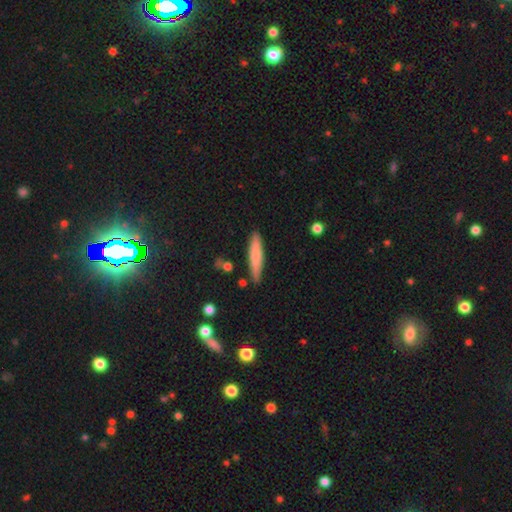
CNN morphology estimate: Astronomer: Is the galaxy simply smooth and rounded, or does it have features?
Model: smooth — 72%.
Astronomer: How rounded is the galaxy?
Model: cigar-shaped — 88%.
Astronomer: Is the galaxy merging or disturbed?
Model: none — 86%.